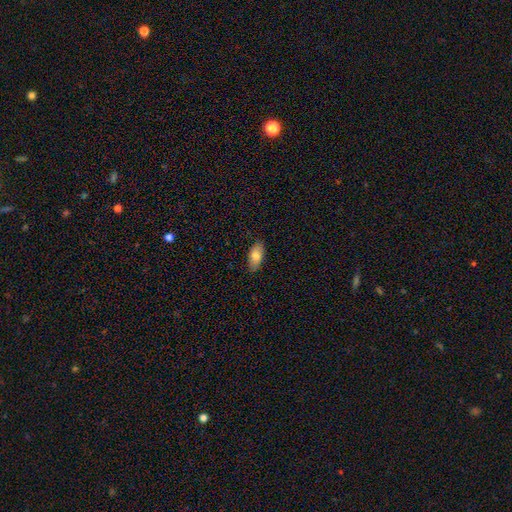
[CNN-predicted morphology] A smooth galaxy with no disk features (80%) that is in between round and cigar-shaped (88%). Merging: none (87%).